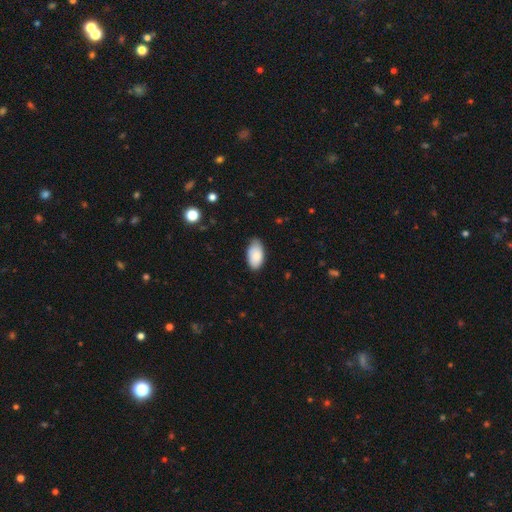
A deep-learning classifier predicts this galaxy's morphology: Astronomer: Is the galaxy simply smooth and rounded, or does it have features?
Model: smooth — 84%.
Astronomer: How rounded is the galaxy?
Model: in between — 95%.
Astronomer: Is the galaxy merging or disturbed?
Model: none — 73%.